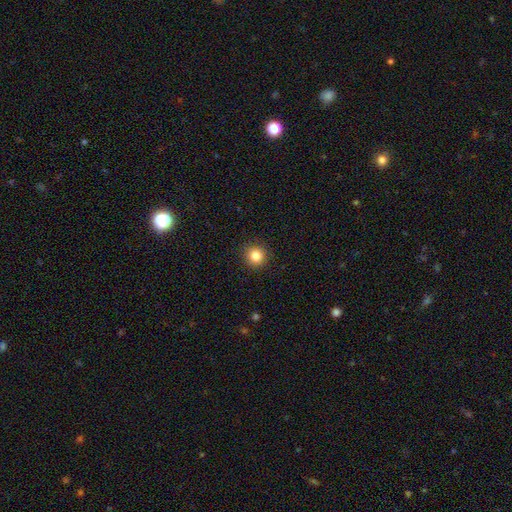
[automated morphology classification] smooth 85%, star or artifact 11%, featured or disk 4%. Down the decision tree: how rounded — round (94%); merging — none (92%).